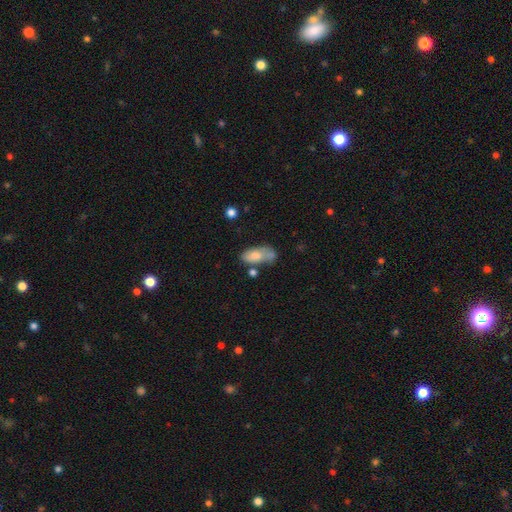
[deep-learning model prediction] Morphology: type=smooth (72%); roundness=in between (88%); merging=none (36%).